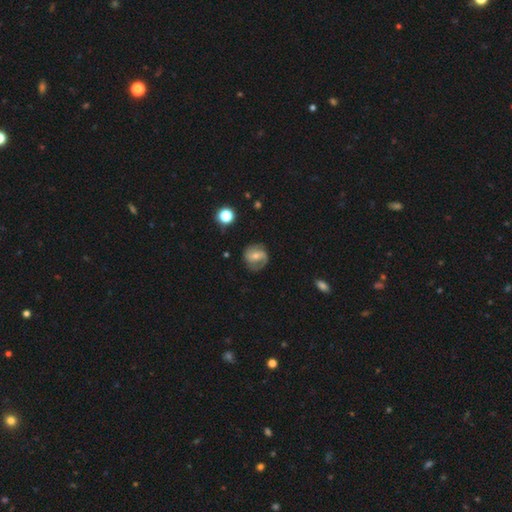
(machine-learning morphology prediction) Smooth or featured? featured or disk (61%)
Edge-on disk? no (97%)
Bar? weak (43%)
Spiral arms? yes (82%)
Bulge size? moderate (49%)
Merging? none (71%)